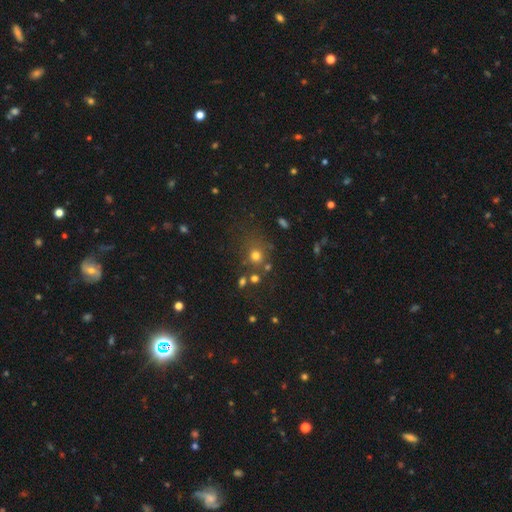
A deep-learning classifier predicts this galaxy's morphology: Q: Smooth or featured?
A: smooth (69%); runner-up: star or artifact (20%)
Q: How rounded?
A: round (83%); runner-up: in between (16%)
Q: Merging?
A: none (66%); runner-up: merger (14%)